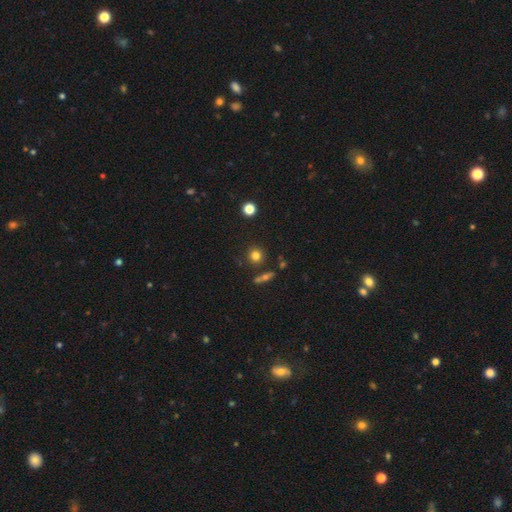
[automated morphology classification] This is likely a smooth galaxy (78%). How rounded: clearly round (92%). Merging: clearly none (82%).